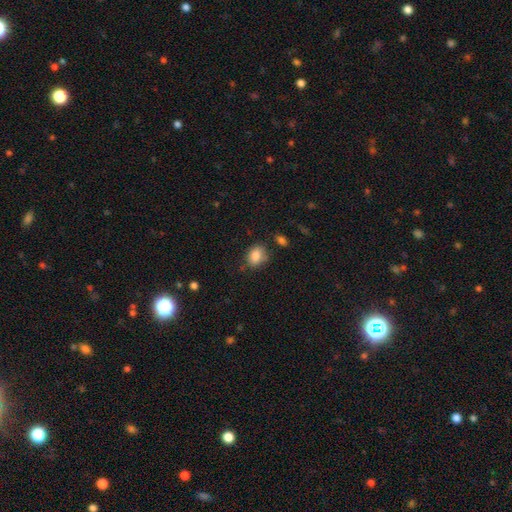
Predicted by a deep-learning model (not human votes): smooth-or-featured: smooth: 85% | star or artifact: 9% | featured or disk: 6%
  how-rounded: in between: 68% | round: 31% | cigar-shaped: 1%
  merging: none: 71% | minor disturbance: 19% | merger: 5% | major disturbance: 5%